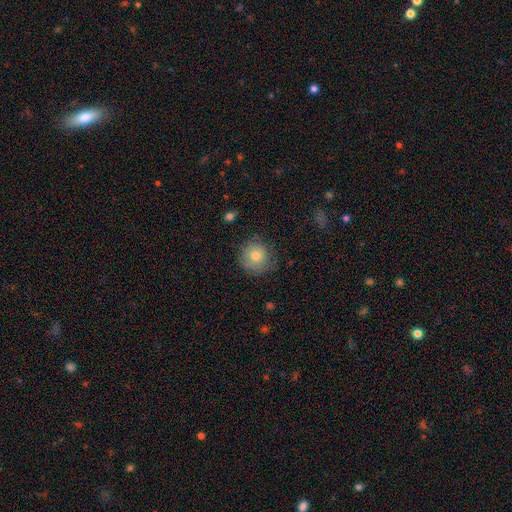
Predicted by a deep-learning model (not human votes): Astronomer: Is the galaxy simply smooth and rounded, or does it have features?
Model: smooth — 75%.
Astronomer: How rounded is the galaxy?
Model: round — 91%.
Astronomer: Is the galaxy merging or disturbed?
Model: none — 74%.